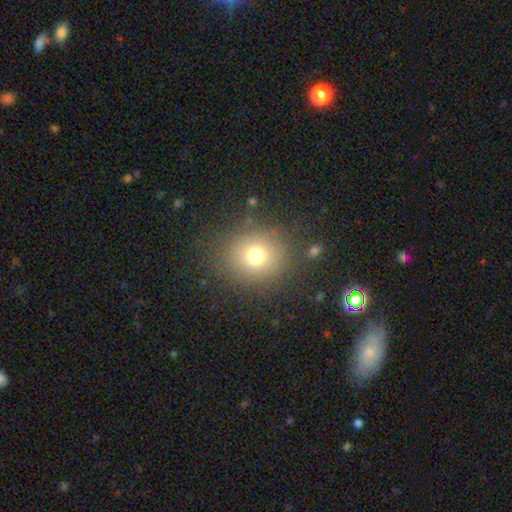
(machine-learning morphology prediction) Smooth or featured? smooth (73%)
How rounded? round (82%)
Merging? none (84%)